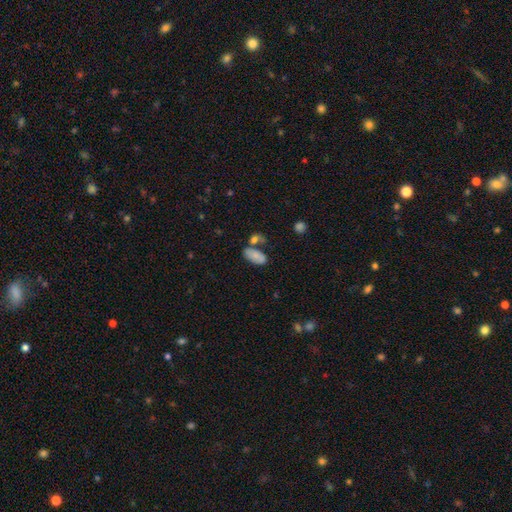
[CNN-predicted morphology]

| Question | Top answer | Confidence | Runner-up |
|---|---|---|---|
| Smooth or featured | smooth | 75% | featured or disk (17%) |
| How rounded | in between | 92% | cigar-shaped (4%) |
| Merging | none | 44% | merger (32%) |